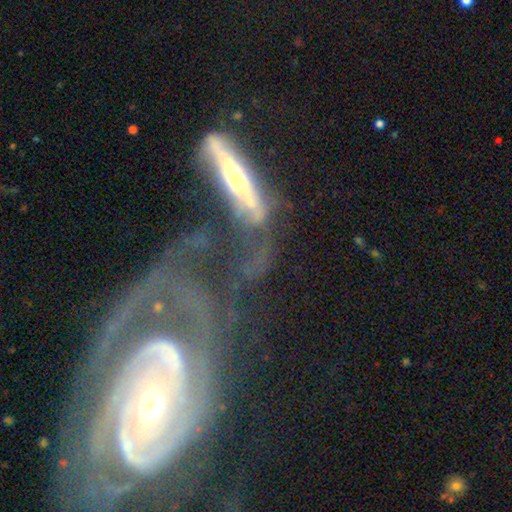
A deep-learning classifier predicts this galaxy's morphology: Smooth or featured?
  - featured or disk: 71% *
  - smooth: 20%
  - star or artifact: 9%
Edge-on disk?
  - no: 61% *
  - yes: 39%
Merging?
  - none: 30% *
  - merger: 27%
  - major disturbance: 26%
  - minor disturbance: 17%